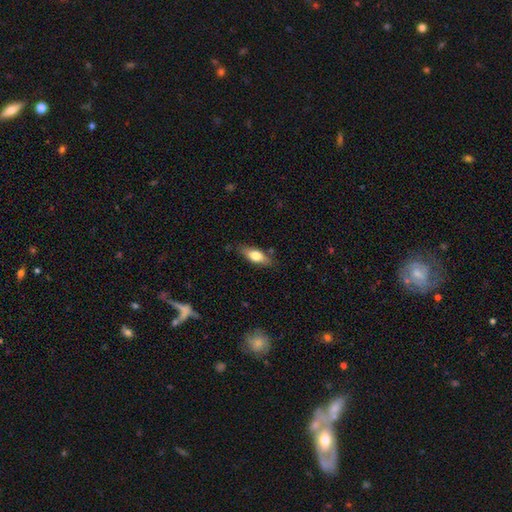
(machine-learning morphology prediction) A smooth galaxy with no disk features (69%) that is in between round and cigar-shaped (71%). Merging: none (78%).